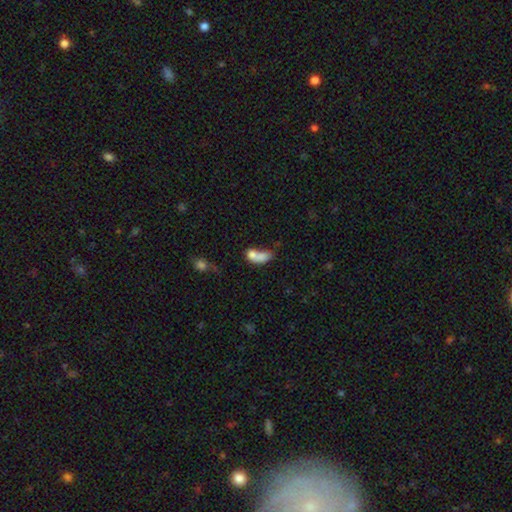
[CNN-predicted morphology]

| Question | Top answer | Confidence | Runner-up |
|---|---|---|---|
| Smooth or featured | smooth | 72% | featured or disk (17%) |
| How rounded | in between | 78% | round (14%) |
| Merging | merger | 56% | none (19%) |